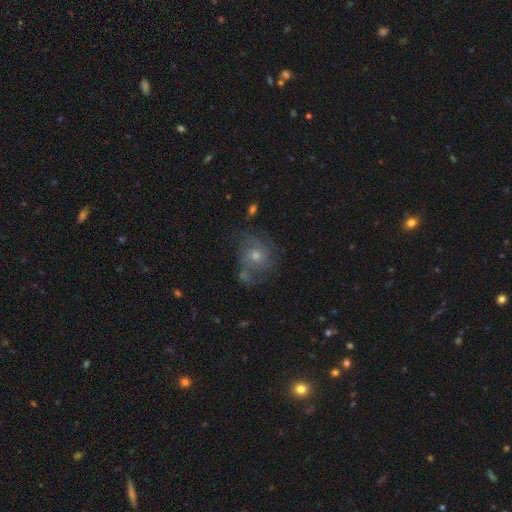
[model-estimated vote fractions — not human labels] smooth_or_featured: featured or disk (p=0.60) [alt: smooth p=0.24]
disk_edge_on: no (p=0.97) [alt: yes p=0.03]
bar: no (p=0.78) [alt: weak p=0.19]
has_spiral_arms: yes (p=0.86) [alt: no p=0.14]
spiral_winding: medium (p=0.42) [alt: tight p=0.41]
spiral_arm_count: 2 (p=0.38) [alt: can't tell p=0.32]
bulge_size: moderate (p=0.58) [alt: small p=0.35]
merging: none (p=0.62) [alt: minor disturbance p=0.18]